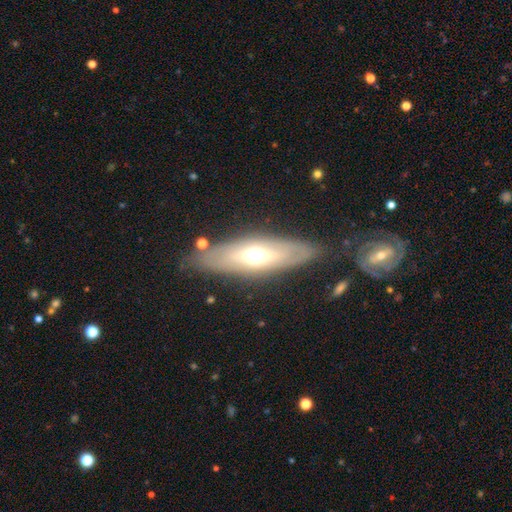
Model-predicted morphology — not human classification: Smooth or featured: featured or disk — 50% (smooth — 43%)
Merging: none — 82% (minor disturbance — 11%)